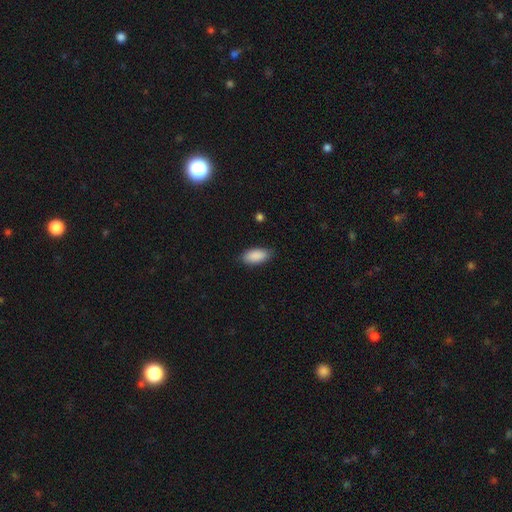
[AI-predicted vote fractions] Smooth or featured? smooth (90%)
How rounded? in between (91%)
Merging? none (85%)